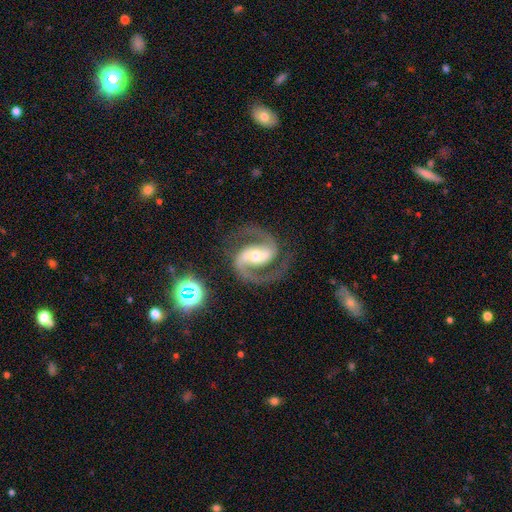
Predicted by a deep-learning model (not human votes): A featured or disk galaxy (92%) with a strong bar (48%), 2 (94%) medium (66%) spiral arms (98%) and a moderate central bulge (59%).

Vote fractions:
- Smooth or featured? featured or disk: 92% / star or artifact: 5% / smooth: 3%
- Edge-on disk? no: 98% / yes: 2%
- Bar? strong: 48% / weak: 33% / no: 19%
- Spiral arms? yes: 98% / no: 2%
- Spiral winding? medium: 66% / tight: 19% / loose: 15%
- Spiral arm count? 2: 94% / 1: 1% / can't tell: 1% / 3: 1% / 4: 1% / more than 4: 1%
- Bulge size? moderate: 59% / small: 34% / large: 5% / none: 1% / dominant: 1%
- Merging? none: 82% / minor disturbance: 11% / major disturbance: 5% / merger: 2%